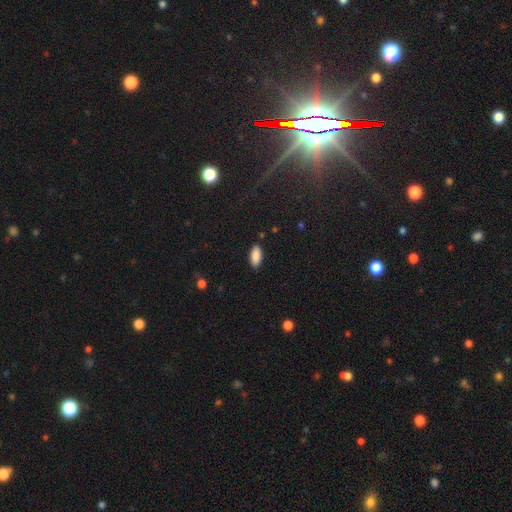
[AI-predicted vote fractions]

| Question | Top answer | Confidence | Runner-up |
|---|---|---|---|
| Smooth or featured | smooth | 88% | star or artifact (7%) |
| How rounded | in between | 88% | cigar-shaped (10%) |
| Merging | none | 87% | minor disturbance (9%) |